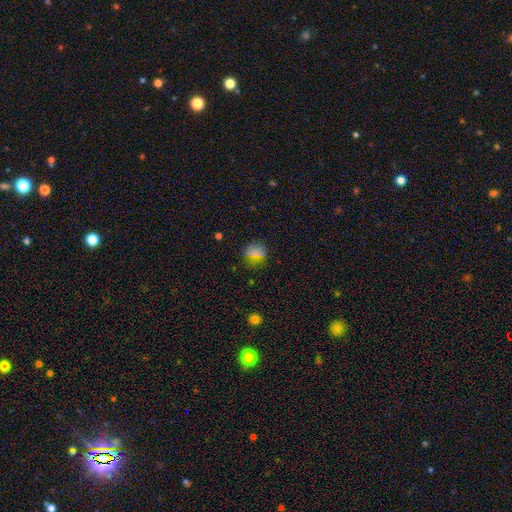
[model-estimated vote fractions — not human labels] This is likely a smooth galaxy (69%). How rounded: likely round (70%). Merging: clearly none (83%).